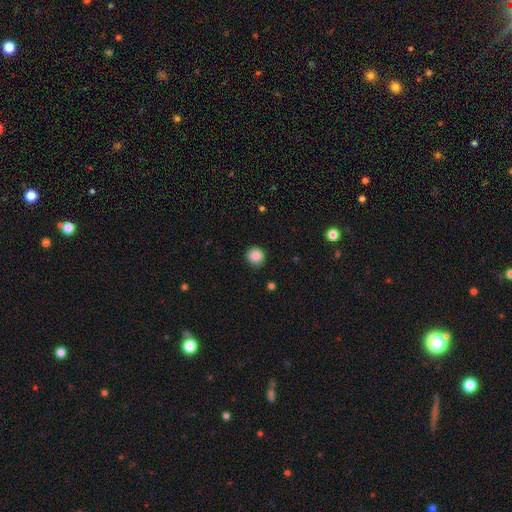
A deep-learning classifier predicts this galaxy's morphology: Overall: smooth (87%). How rounded: round (92%). Merging: none (88%).